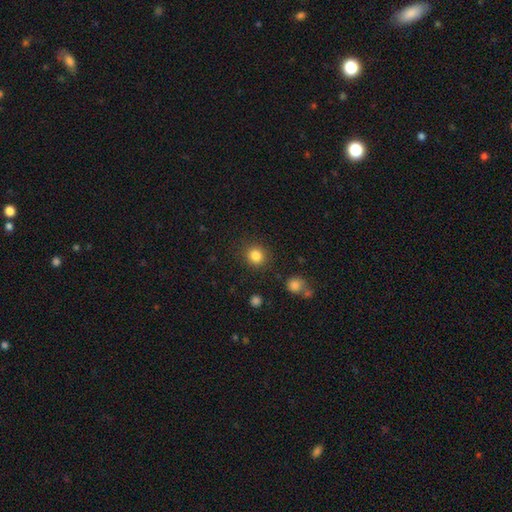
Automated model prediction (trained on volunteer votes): This appears to be a smooth galaxy with no disk features (84%) that is round (86%). Merging: none (87%).